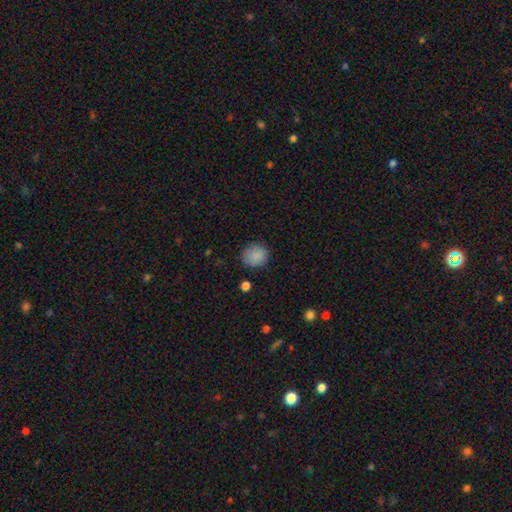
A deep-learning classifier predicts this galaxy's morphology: Smooth or featured? smooth (87%)
How rounded? round (82%)
Merging? none (84%)